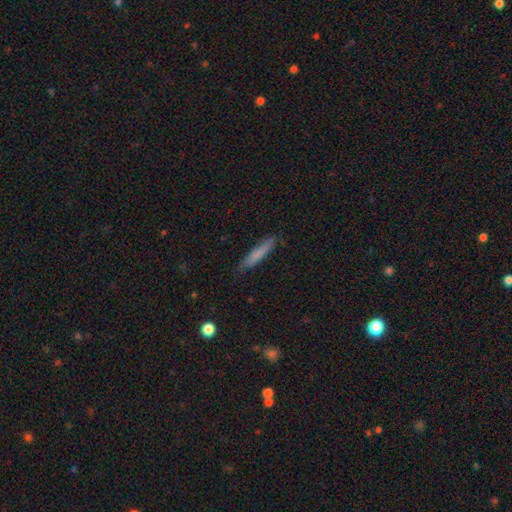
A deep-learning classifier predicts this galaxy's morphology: Smooth or featured?
  - smooth: 72% *
  - featured or disk: 21%
  - star or artifact: 6%
How rounded?
  - cigar-shaped: 92% *
  - in between: 7%
  - round: 1%
Merging?
  - none: 83% *
  - minor disturbance: 14%
  - major disturbance: 2%
  - merger: 1%